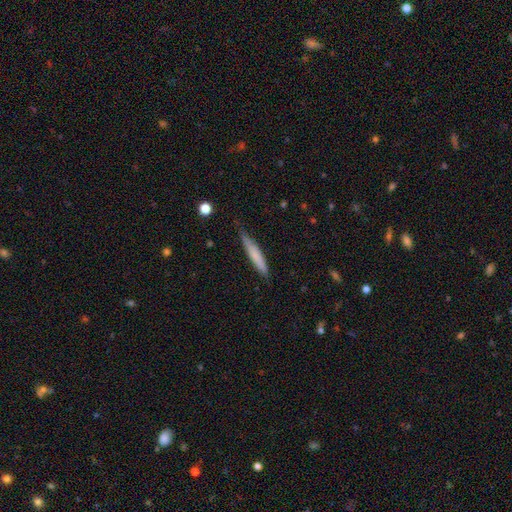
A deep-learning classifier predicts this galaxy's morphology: smooth_or_featured: smooth (p=0.70) [alt: featured or disk p=0.25]
how_rounded: cigar-shaped (p=0.93) [alt: in between p=0.06]
merging: none (p=0.74) [alt: minor disturbance p=0.21]